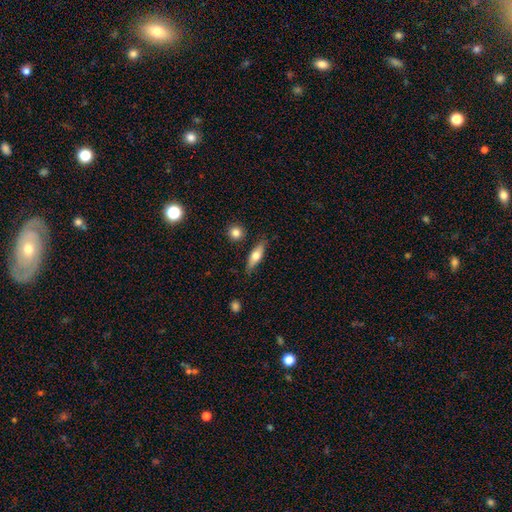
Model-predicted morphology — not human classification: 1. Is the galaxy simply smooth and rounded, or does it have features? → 61% smooth, 33% featured or disk, 6% star or artifact.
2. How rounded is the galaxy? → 53% in between, 43% cigar-shaped, 4% round.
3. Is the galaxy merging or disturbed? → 79% none, 14% minor disturbance, 4% merger, 3% major disturbance.